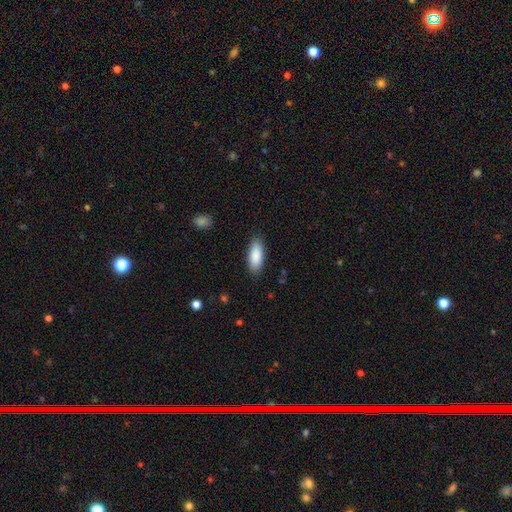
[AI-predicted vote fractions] Q: Smooth or featured?
A: smooth (89%); runner-up: featured or disk (6%)
Q: How rounded?
A: in between (80%); runner-up: cigar-shaped (19%)
Q: Merging?
A: none (86%); runner-up: minor disturbance (10%)